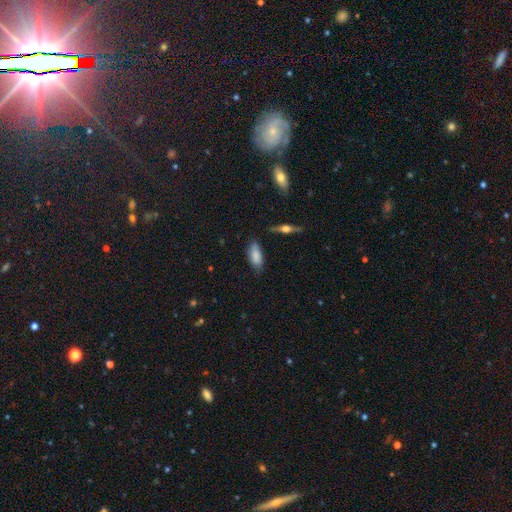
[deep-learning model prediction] Smooth or featured? Predicted: smooth (p=0.80). How rounded? Predicted: in between (p=0.77). Merging? Predicted: none (p=0.74).